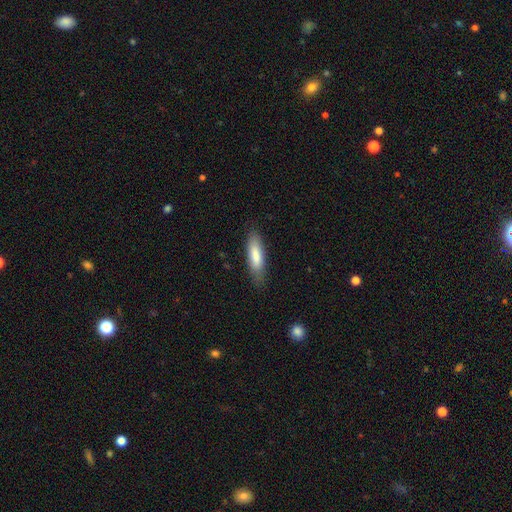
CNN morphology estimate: smooth-or-featured: smooth: 81% | featured or disk: 13% | star or artifact: 6%
  how-rounded: cigar-shaped: 56% | in between: 42% | round: 1%
  merging: none: 81% | minor disturbance: 14% | major disturbance: 3% | merger: 1%